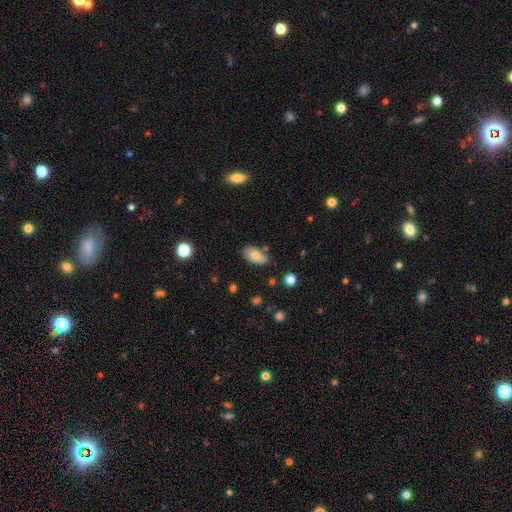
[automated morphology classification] A smooth galaxy with no disk features (78%) that is in between round and cigar-shaped (92%).

Vote fractions:
- Smooth or featured? smooth: 78% / featured or disk: 14% / star or artifact: 8%
- How rounded? in between: 92% / round: 4% / cigar-shaped: 3%
- Merging? none: 71% / minor disturbance: 21% / major disturbance: 4% / merger: 4%